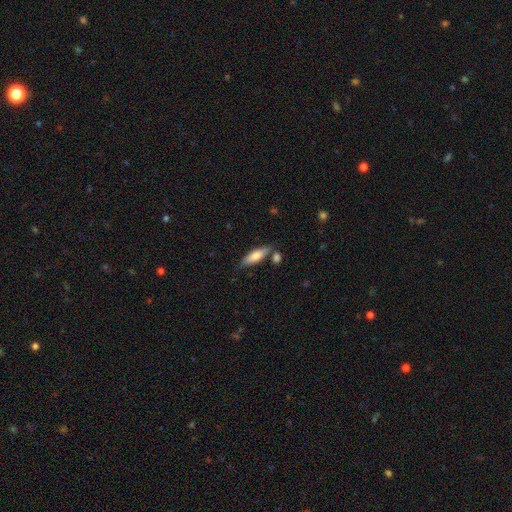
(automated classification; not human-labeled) smooth_or_featured: smooth (p=0.74) [alt: featured or disk p=0.20]
how_rounded: in between (p=0.50) [alt: cigar-shaped p=0.48]
merging: none (p=0.72) [alt: minor disturbance p=0.15]